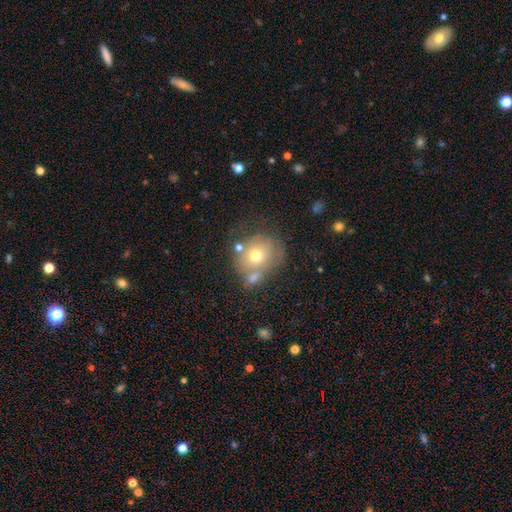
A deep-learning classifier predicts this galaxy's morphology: Smooth or featured: smooth — 62% (featured or disk — 27%)
How rounded: round — 73% (in between — 26%)
Merging: none — 45% (merger — 24%)